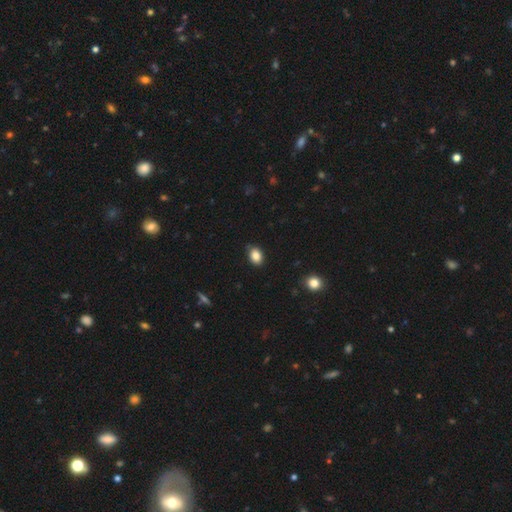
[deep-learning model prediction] A smooth galaxy with no disk features (85%) that is in between round and cigar-shaped (76%). Merging: none (83%).